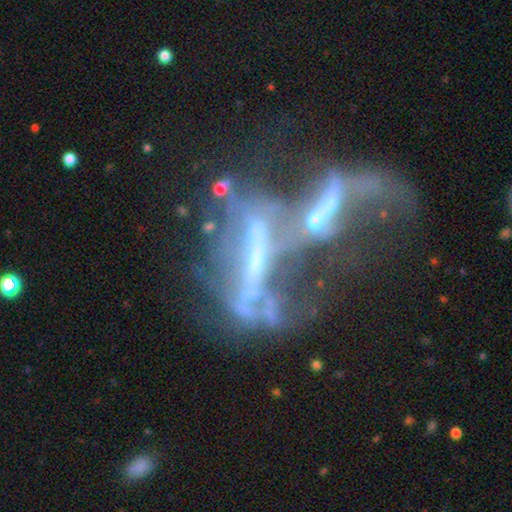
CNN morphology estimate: type=featured or disk (70%); edge-on=no (80%); bar=no (47%); spiral arms=no (71%); bulge=none (39%); merging=merger (58%).